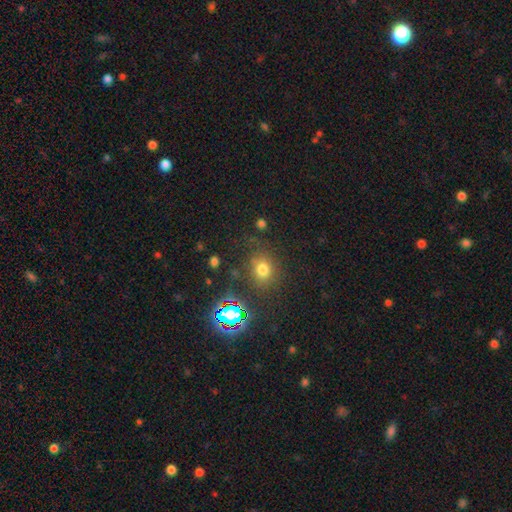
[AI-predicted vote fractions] This is possibly a smooth galaxy (47%). Merging: clearly none (82%).